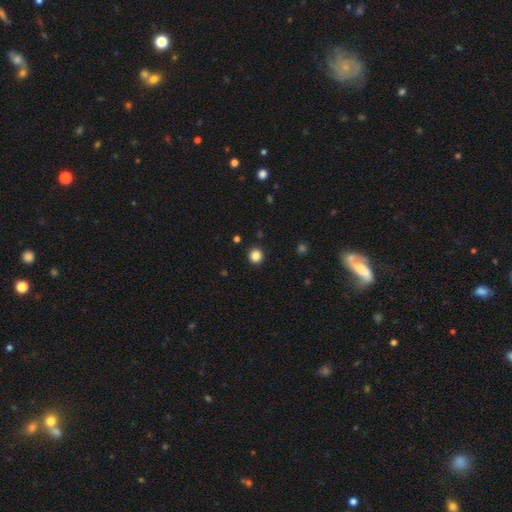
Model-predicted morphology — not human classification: The model was most divided on "smooth or featured": smooth: 84%, star or artifact: 11%, featured or disk: 4%. More confident: how rounded — round (93%); merging — none (92%).